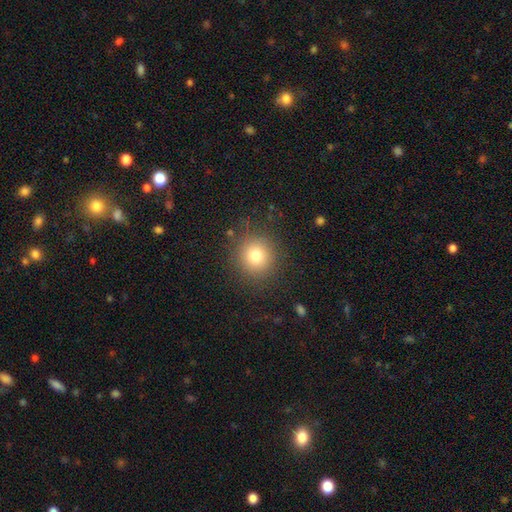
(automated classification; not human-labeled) Smooth or featured: smooth — 78% (star or artifact — 13%)
How rounded: round — 92% (in between — 7%)
Merging: none — 88% (minor disturbance — 8%)